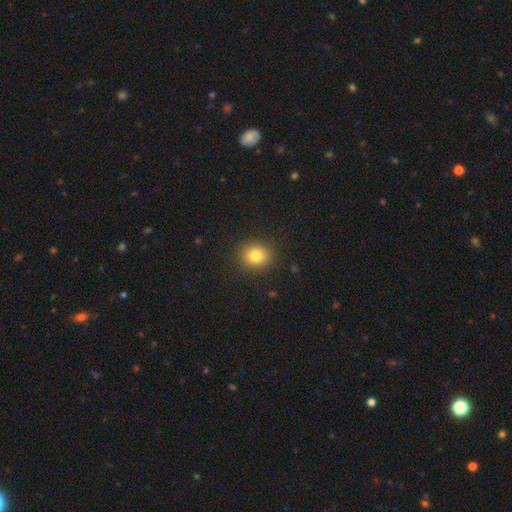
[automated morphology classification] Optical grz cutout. It shows a smooth galaxy with no disk features (80%) that is round (78%). Merging: none (90%).